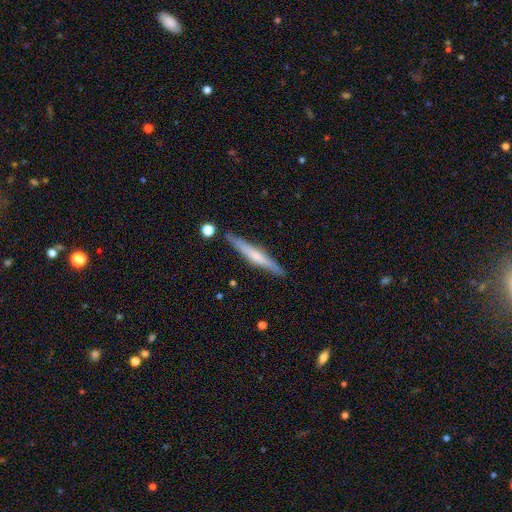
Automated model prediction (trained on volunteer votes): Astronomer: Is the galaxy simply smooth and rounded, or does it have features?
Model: featured or disk — 53% (runner-up: smooth, 41%).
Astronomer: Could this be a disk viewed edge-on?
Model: yes — 95%.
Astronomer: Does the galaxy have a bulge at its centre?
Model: rounded — 48% (runner-up: none, 38%).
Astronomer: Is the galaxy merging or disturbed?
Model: none — 86%.